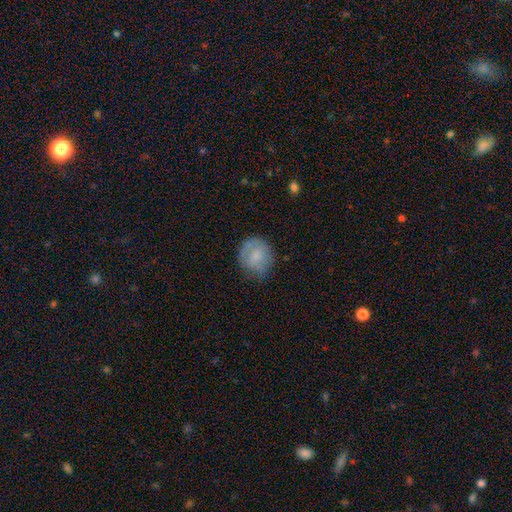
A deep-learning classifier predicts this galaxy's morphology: Smooth or featured: smooth — 71% (featured or disk — 21%)
How rounded: round — 82% (in between — 17%)
Merging: none — 64% (minor disturbance — 26%)